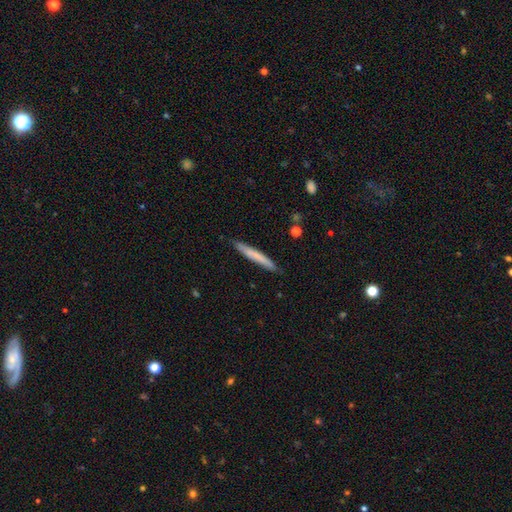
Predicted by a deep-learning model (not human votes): smooth_or_featured: smooth (p=0.68) [alt: featured or disk p=0.27]
how_rounded: cigar-shaped (p=0.96) [alt: in between p=0.03]
merging: none (p=0.87) [alt: minor disturbance p=0.10]